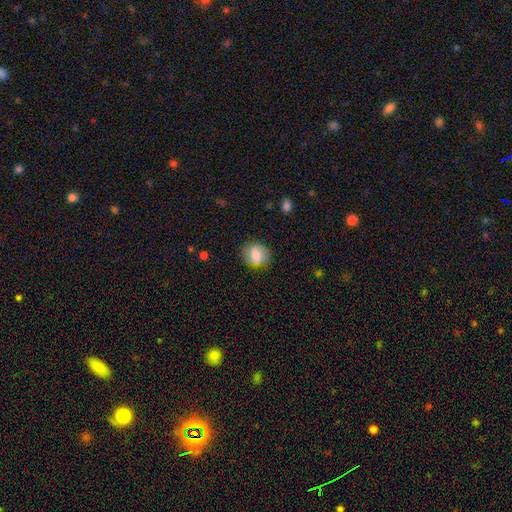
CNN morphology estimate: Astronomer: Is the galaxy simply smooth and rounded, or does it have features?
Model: smooth — 76%.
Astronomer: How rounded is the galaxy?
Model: round — 77%.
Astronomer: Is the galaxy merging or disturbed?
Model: none — 81%.